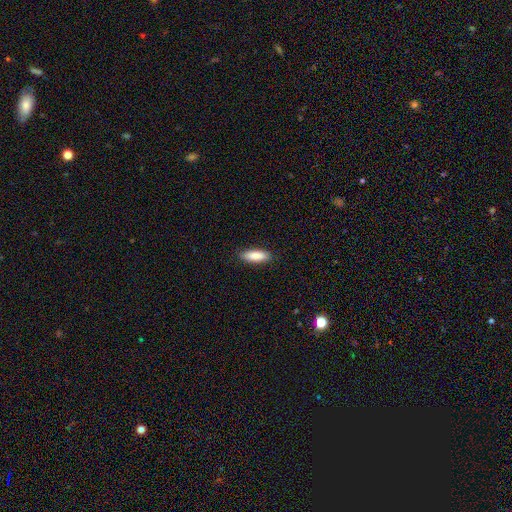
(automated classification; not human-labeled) smooth-or-featured: smooth: 87% | featured or disk: 7% | star or artifact: 6%
  how-rounded: in between: 58% | cigar-shaped: 40% | round: 2%
  merging: none: 88% | minor disturbance: 9% | major disturbance: 2% | merger: 1%